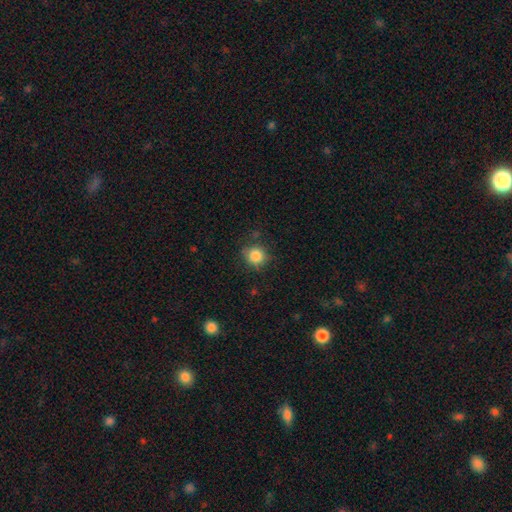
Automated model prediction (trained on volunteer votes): Overall: smooth (83%). How rounded: round (85%). Merging: none (76%).